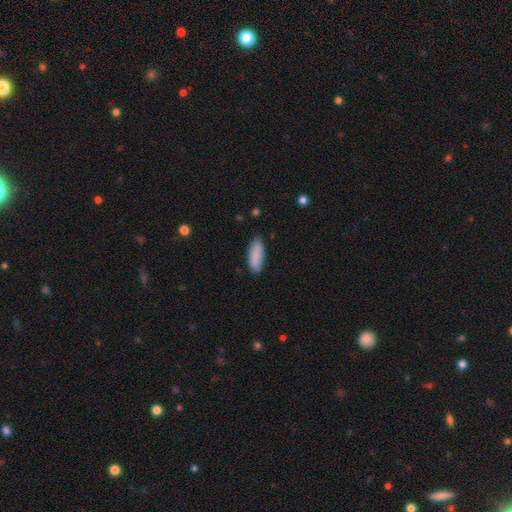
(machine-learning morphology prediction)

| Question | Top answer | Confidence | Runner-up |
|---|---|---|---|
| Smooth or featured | smooth | 88% | featured or disk (6%) |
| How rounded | in between | 73% | cigar-shaped (25%) |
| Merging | none | 83% | minor disturbance (13%) |